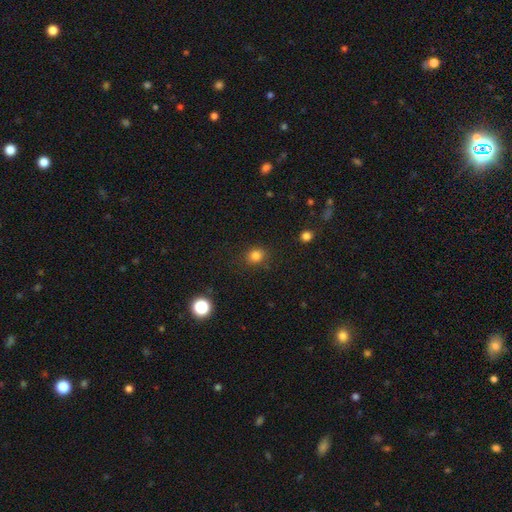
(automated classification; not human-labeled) This appears to be a smooth galaxy with no disk features (82%) that is round (68%). Merging: none (85%).